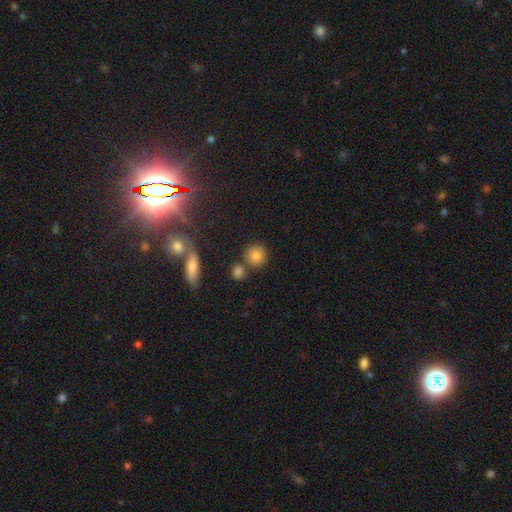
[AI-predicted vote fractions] Q: Smooth or featured?
A: smooth (81%); runner-up: star or artifact (11%)
Q: How rounded?
A: round (88%); runner-up: in between (10%)
Q: Merging?
A: none (74%); runner-up: merger (14%)